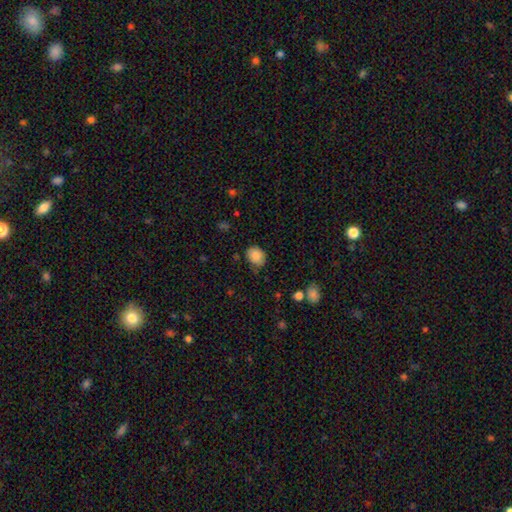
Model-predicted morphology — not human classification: smooth 84%, star or artifact 9%, featured or disk 7%. Down the decision tree: how rounded — round (56%); merging — none (66%).